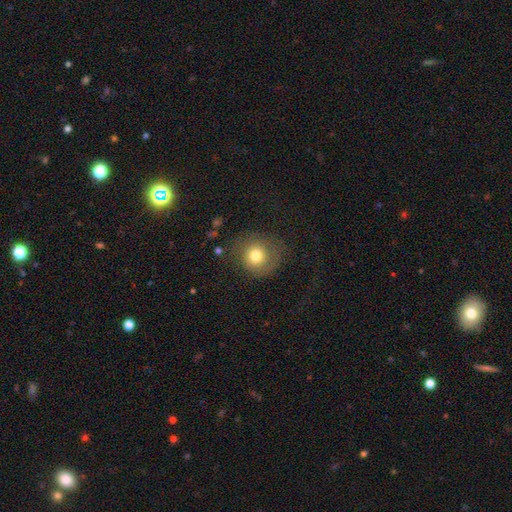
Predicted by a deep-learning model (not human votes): This is likely a smooth galaxy (73%). How rounded: clearly round (88%). Merging: likely none (72%).